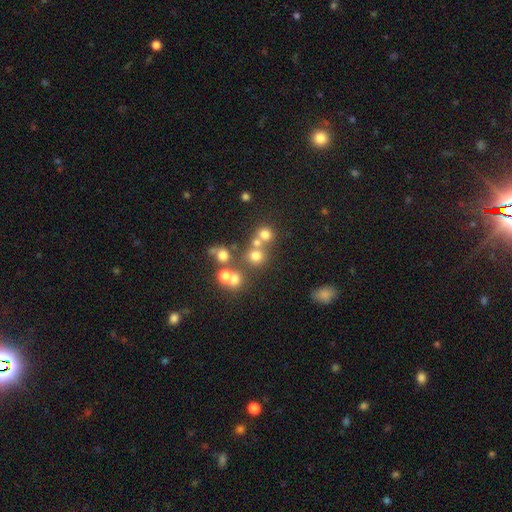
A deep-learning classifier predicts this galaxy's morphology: Overall: smooth (55%; star or artifact 28%). How rounded: round (86%). Merging: none (55%; merger 32%).